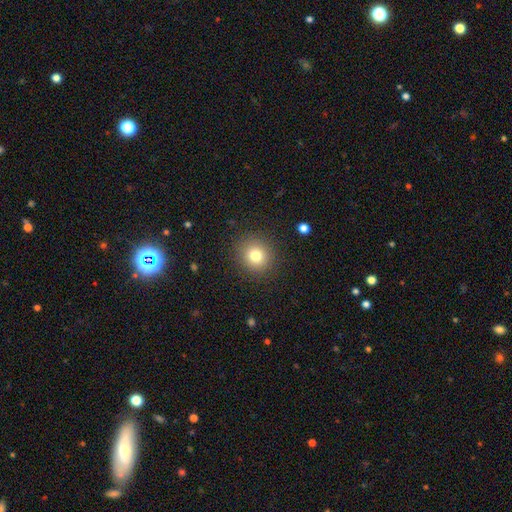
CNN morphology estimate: This appears to be a smooth galaxy with no disk features (79%) that is round (88%). Merging: none (89%).